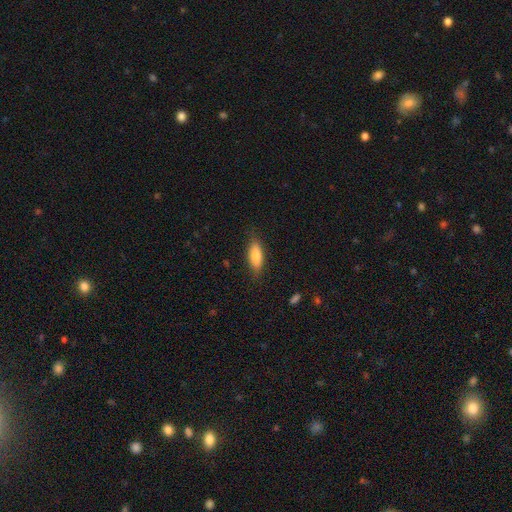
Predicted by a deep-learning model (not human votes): Smooth or featured?
  - smooth: 81% *
  - featured or disk: 12%
  - star or artifact: 6%
How rounded?
  - in between: 67% *
  - cigar-shaped: 31%
  - round: 2%
Merging?
  - none: 82% *
  - minor disturbance: 14%
  - major disturbance: 3%
  - merger: 1%